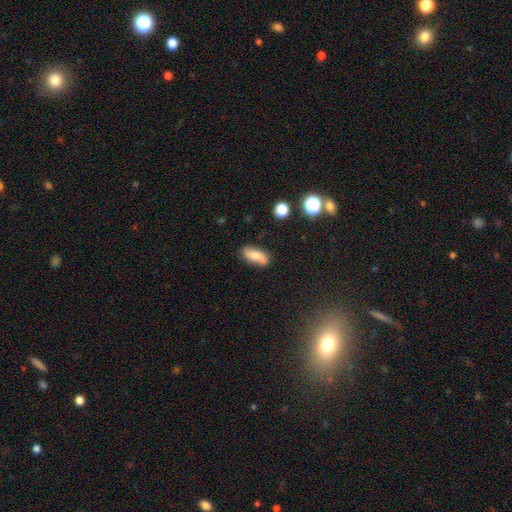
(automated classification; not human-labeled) The model was most divided on "merging": none: 59%, minor disturbance: 19%, merger: 17%, major disturbance: 5%. More confident: how rounded — in between (81%); smooth or featured — smooth (67%).